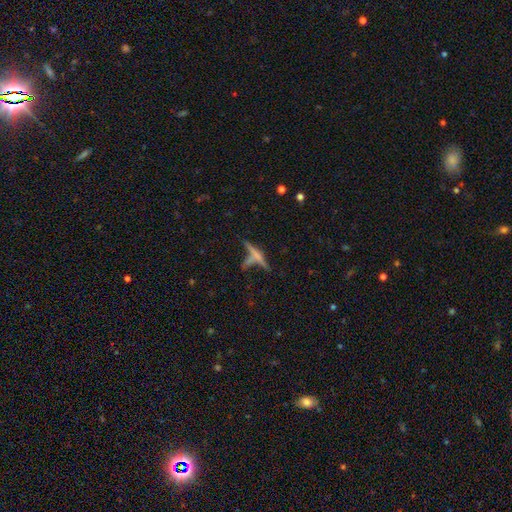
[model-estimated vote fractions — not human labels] Smooth or featured?
  - featured or disk: 47% *
  - smooth: 40%
  - star or artifact: 14%
Merging?
  - none: 51% *
  - merger: 29%
  - minor disturbance: 12%
  - major disturbance: 9%